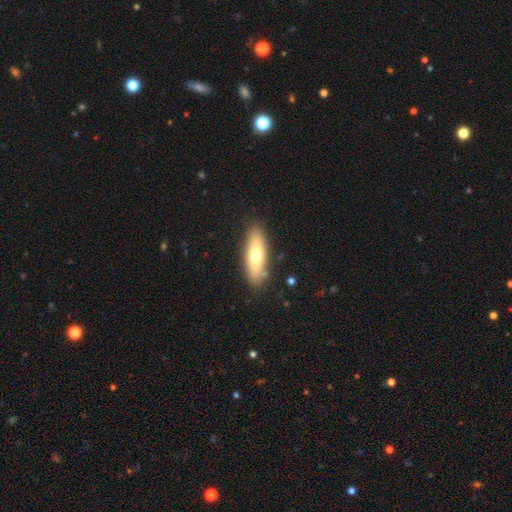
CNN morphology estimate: This is likely a smooth galaxy (64%). How rounded: possibly cigar-shaped (50%). Merging: clearly none (85%).